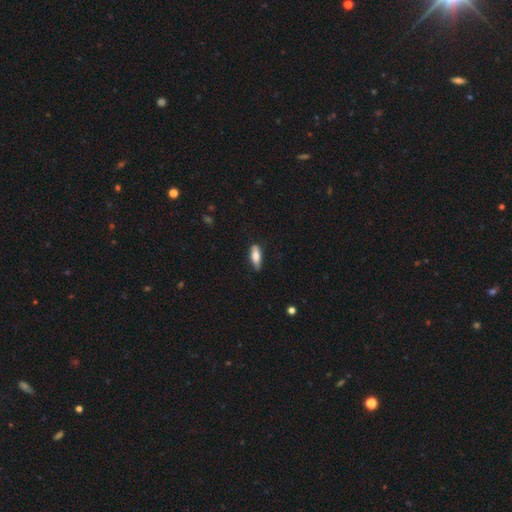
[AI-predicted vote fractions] smooth 74%, featured or disk 20%, star or artifact 6%. Down the decision tree: how rounded — in between (62%); merging — none (78%).